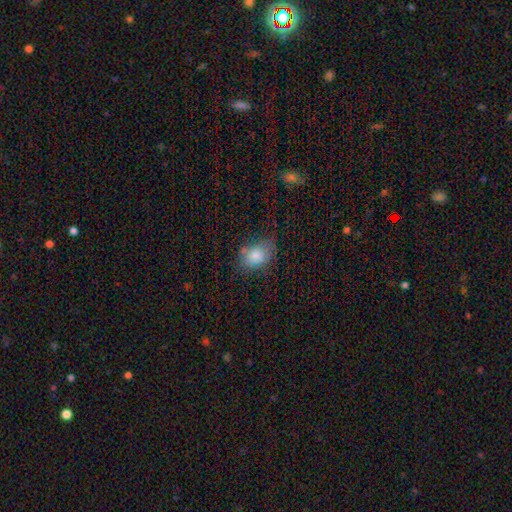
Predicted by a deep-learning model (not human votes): smooth-or-featured: smooth: 80% | featured or disk: 10% | star or artifact: 9%
  how-rounded: in between: 75% | round: 24% | cigar-shaped: 1%
  merging: none: 56% | minor disturbance: 30% | major disturbance: 11% | merger: 3%